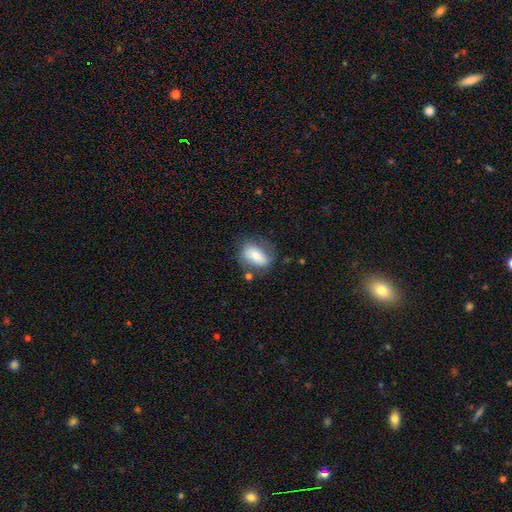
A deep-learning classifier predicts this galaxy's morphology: smooth 68%, featured or disk 25%, star or artifact 7%. Down the decision tree: how rounded — in between (84%); merging — none (59%).